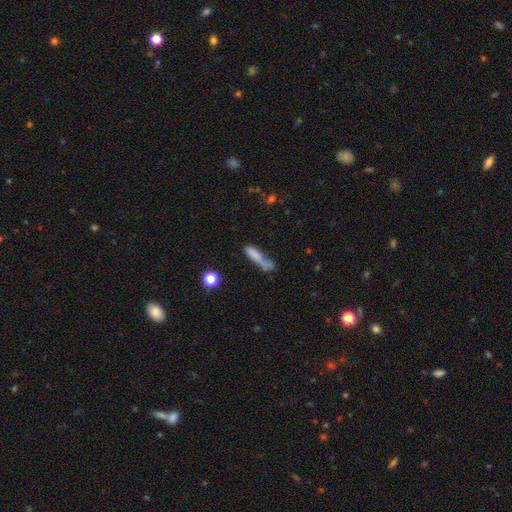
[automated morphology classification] type=smooth (71%); roundness=cigar-shaped (77%); merging=none (39%).